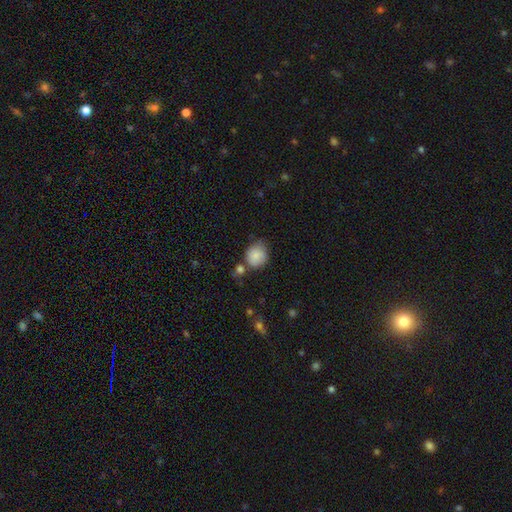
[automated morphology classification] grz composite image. It shows a smooth galaxy with no disk features (85%) that is round (76%). Merging: none (62%).